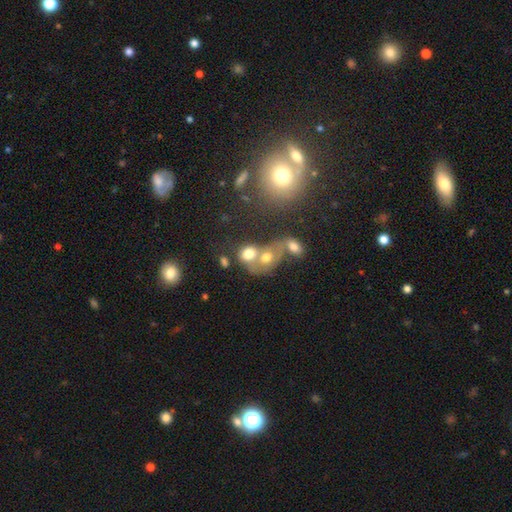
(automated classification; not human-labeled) Smooth or featured: smooth — 41% (star or artifact — 36%)
Merging: none — 46% (merger — 31%)